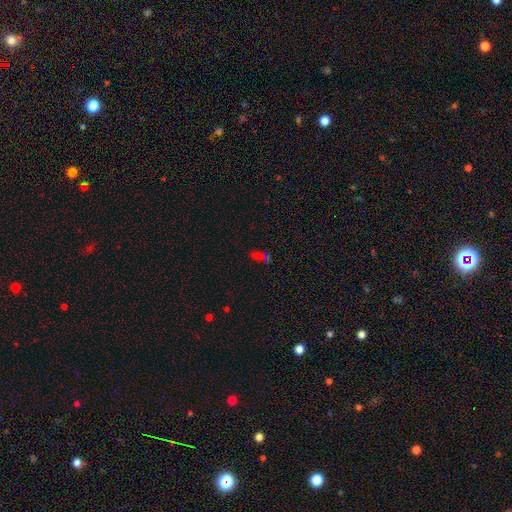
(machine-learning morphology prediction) smooth-or-featured: smooth: 52% | star or artifact: 36% | featured or disk: 12%
  how-rounded: in between: 74% | cigar-shaped: 13% | round: 12%
  merging: none: 51% | merger: 25% | minor disturbance: 14% | major disturbance: 10%